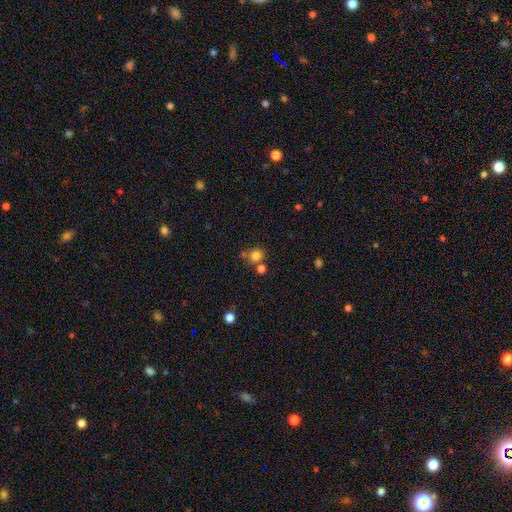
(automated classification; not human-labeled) A smooth galaxy with no disk features (79%) that is round (84%).

Vote fractions:
- Smooth or featured? smooth: 79% / star or artifact: 14% / featured or disk: 7%
- How rounded? round: 84% / in between: 15% / cigar-shaped: 1%
- Merging? none: 62% / merger: 21% / minor disturbance: 13% / major disturbance: 5%